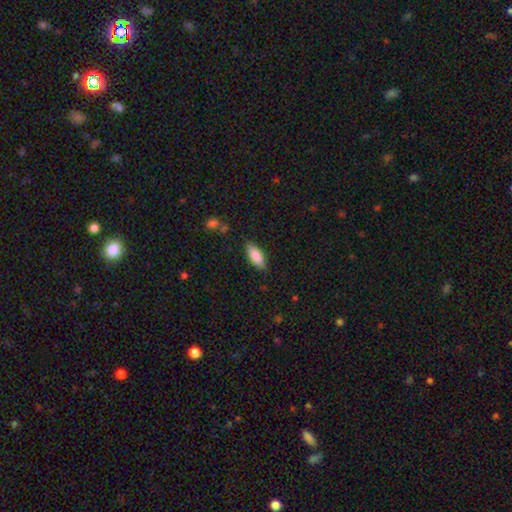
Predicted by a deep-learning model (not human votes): Smooth or featured: smooth — 82% (featured or disk — 11%)
How rounded: in between — 74% (cigar-shaped — 24%)
Merging: none — 83% (minor disturbance — 13%)